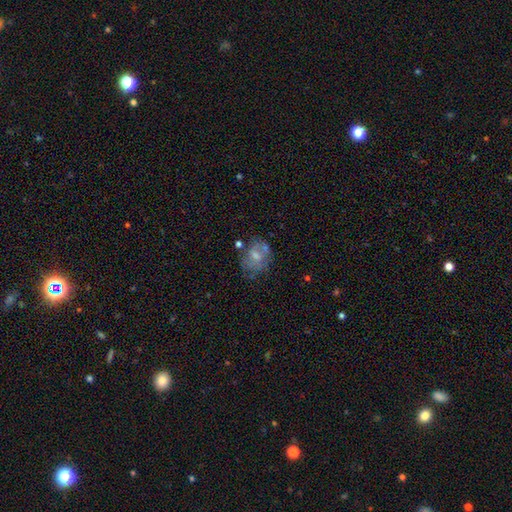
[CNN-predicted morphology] type=featured or disk (47%); merging=none (62%).